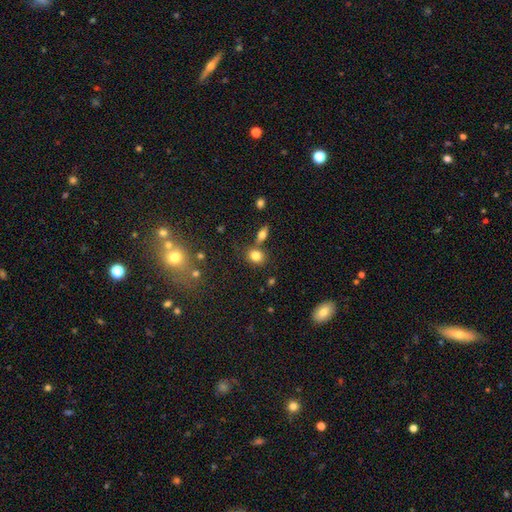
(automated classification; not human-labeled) Smooth or featured? Predicted: smooth (p=0.80). How rounded? Predicted: round (p=0.52). Merging? Predicted: none (p=0.66).